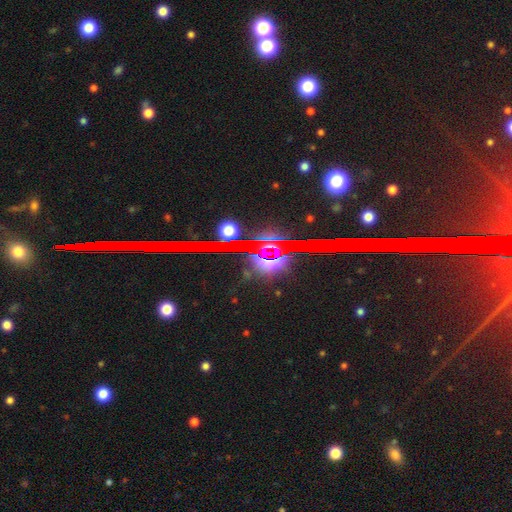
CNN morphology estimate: smooth_or_featured: star or artifact (p=0.81) [alt: featured or disk p=0.12]